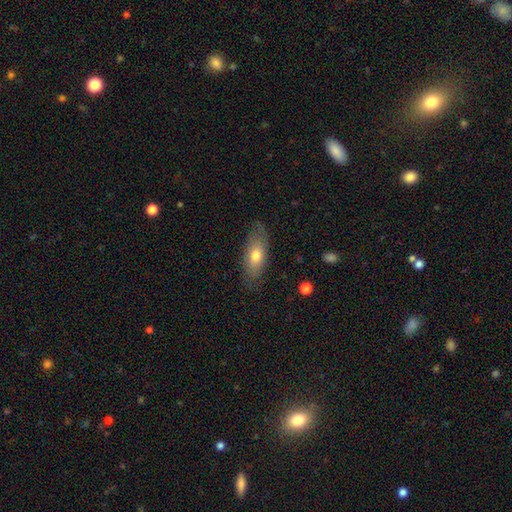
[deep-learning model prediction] smooth_or_featured: smooth (p=0.68) [alt: featured or disk p=0.25]
how_rounded: in between (p=0.81) [alt: cigar-shaped p=0.15]
merging: none (p=0.74) [alt: minor disturbance p=0.20]